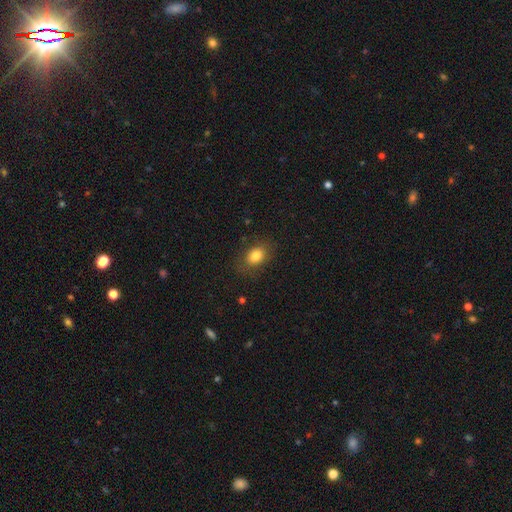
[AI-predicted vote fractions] Morphology: type=smooth (82%); roundness=in between (68%); merging=none (80%).